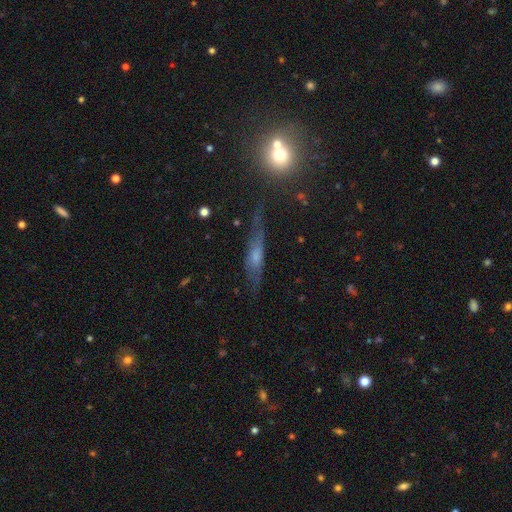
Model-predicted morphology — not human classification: This appears to be a featured or disk galaxy (48%). Merging: none (59%).